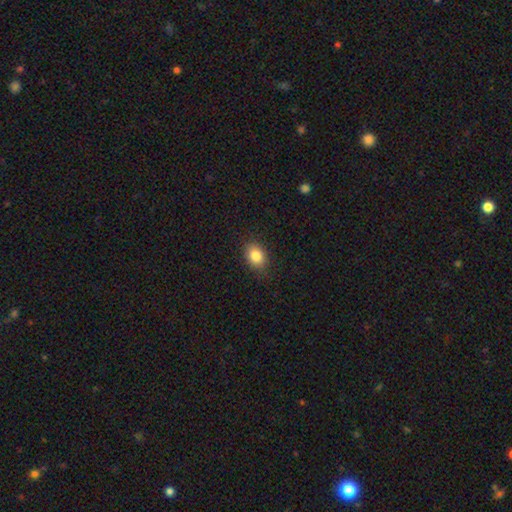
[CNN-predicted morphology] Smooth or featured?
  - smooth: 84% *
  - star or artifact: 9%
  - featured or disk: 7%
How rounded?
  - in between: 68% *
  - round: 31%
  - cigar-shaped: 1%
Merging?
  - none: 85% *
  - minor disturbance: 12%
  - major disturbance: 3%
  - merger: 1%